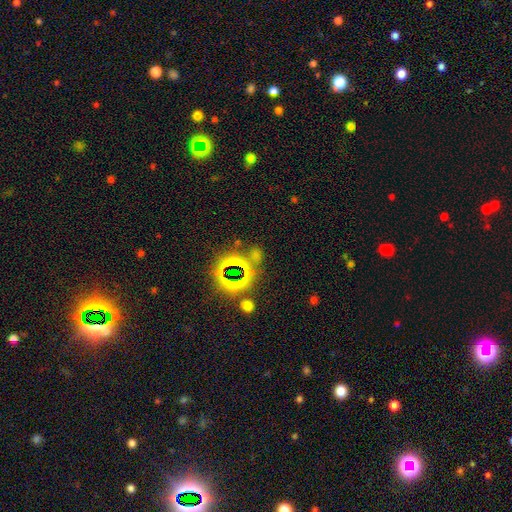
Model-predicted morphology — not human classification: Overall: star or artifact (67%).